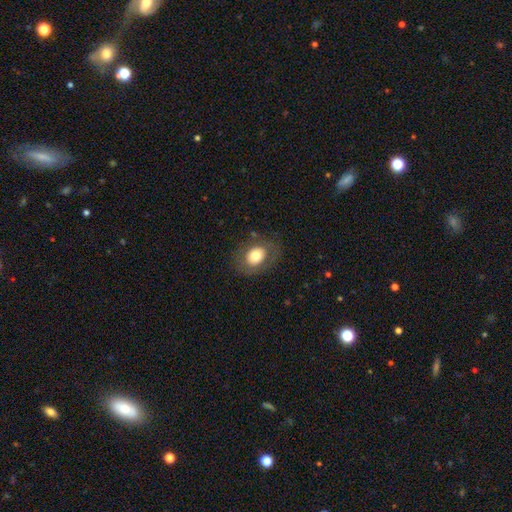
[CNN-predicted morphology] This is likely a smooth galaxy (72%). How rounded: likely in between (62%). Merging: likely none (78%).